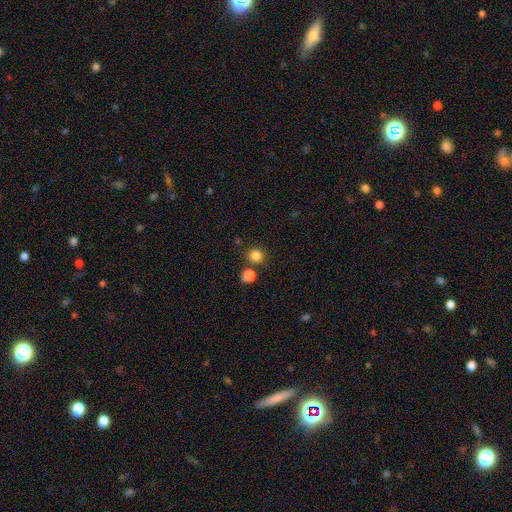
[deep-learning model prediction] Overall: smooth (83%). How rounded: round (85%). Merging: none (74%).